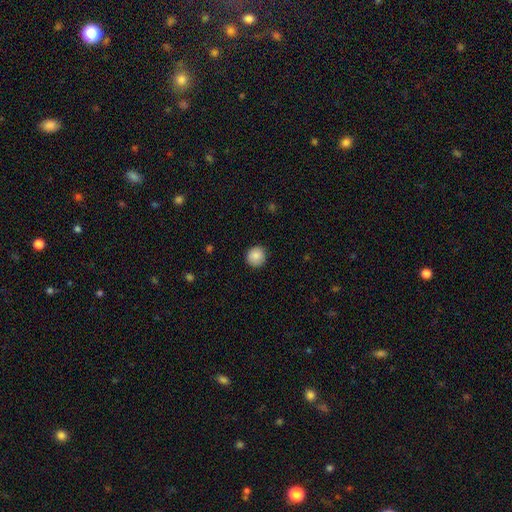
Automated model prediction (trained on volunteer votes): The model was most divided on "smooth or featured": smooth: 86%, star or artifact: 8%, featured or disk: 6%. More confident: how rounded — round (93%); merging — none (89%).